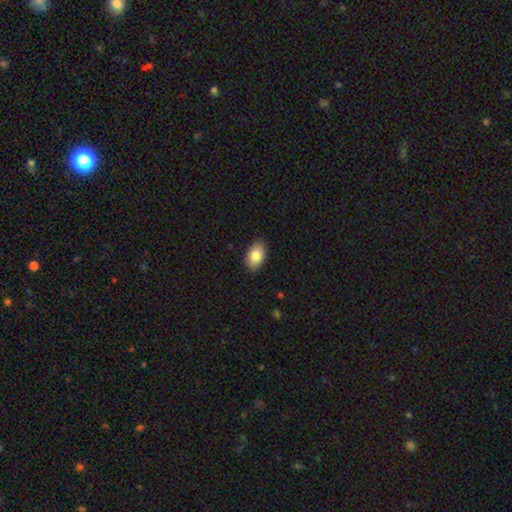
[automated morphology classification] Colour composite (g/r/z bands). It shows a smooth galaxy with no disk features (84%) that is in between round and cigar-shaped (93%). Merging: none (88%).